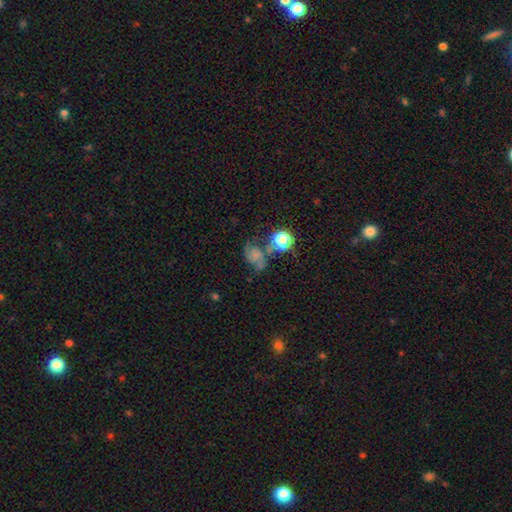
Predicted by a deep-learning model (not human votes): A smooth galaxy with no disk features (42%).

Vote fractions:
- Smooth or featured? smooth: 42% / featured or disk: 38% / star or artifact: 20%
- Merging? none: 37% / major disturbance: 22% / minor disturbance: 22% / merger: 18%